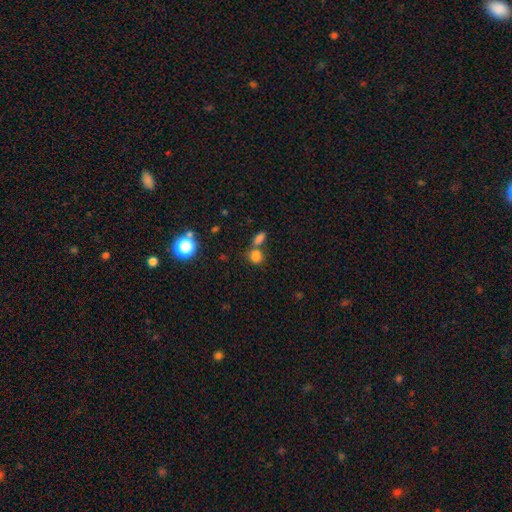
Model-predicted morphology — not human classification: This is likely a smooth galaxy (79%). How rounded: possibly round (57%). Merging: possibly none (46%).